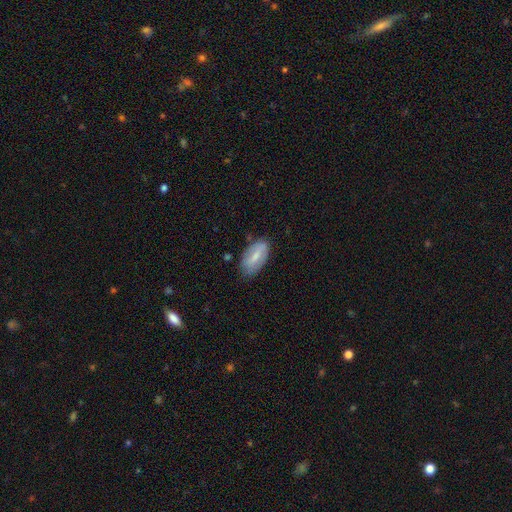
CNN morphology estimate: The model was most divided on "smooth or featured": smooth: 56%, featured or disk: 37%, star or artifact: 6%. More confident: how rounded — in between (90%); merging — none (74%).